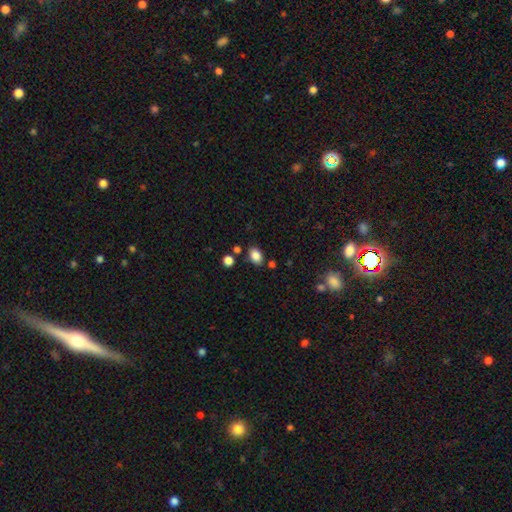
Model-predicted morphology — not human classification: A smooth galaxy with no disk features (85%) that is in between round and cigar-shaped (80%). Merging: none (79%).